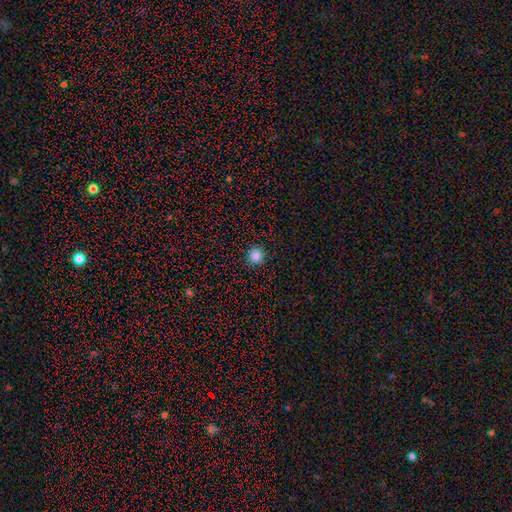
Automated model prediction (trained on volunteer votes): smooth_or_featured: smooth (p=0.82) [alt: star or artifact p=0.14]
how_rounded: round (p=0.92) [alt: in between p=0.07]
merging: none (p=0.91) [alt: minor disturbance p=0.06]